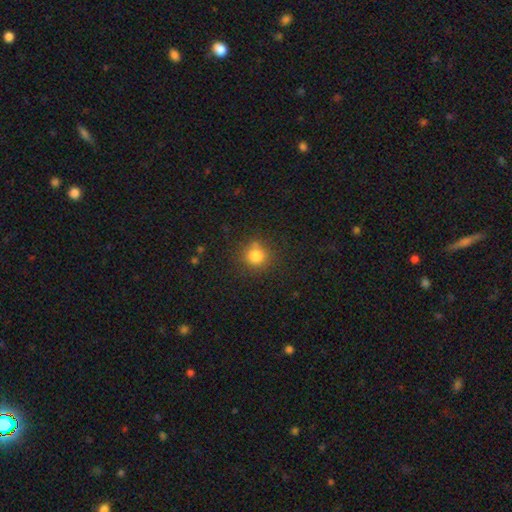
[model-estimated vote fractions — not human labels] Smooth or featured?
  - smooth: 81% *
  - star or artifact: 13%
  - featured or disk: 6%
How rounded?
  - round: 90% *
  - in between: 9%
  - cigar-shaped: 1%
Merging?
  - none: 80% *
  - minor disturbance: 12%
  - merger: 4%
  - major disturbance: 4%